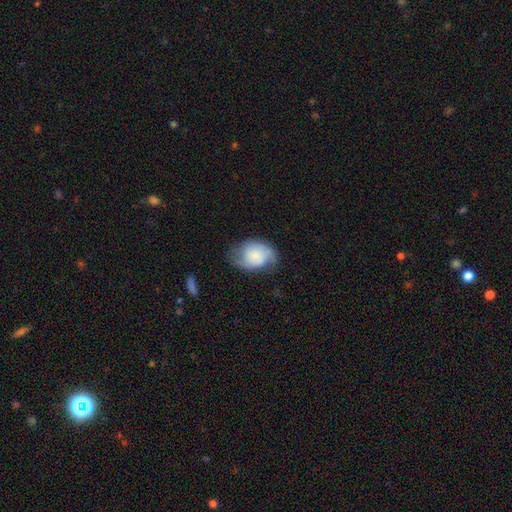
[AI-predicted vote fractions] Smooth or featured?
  - smooth: 56% *
  - featured or disk: 36%
  - star or artifact: 8%
How rounded?
  - in between: 71% *
  - round: 28%
  - cigar-shaped: 1%
Merging?
  - none: 51% *
  - minor disturbance: 33%
  - major disturbance: 14%
  - merger: 2%